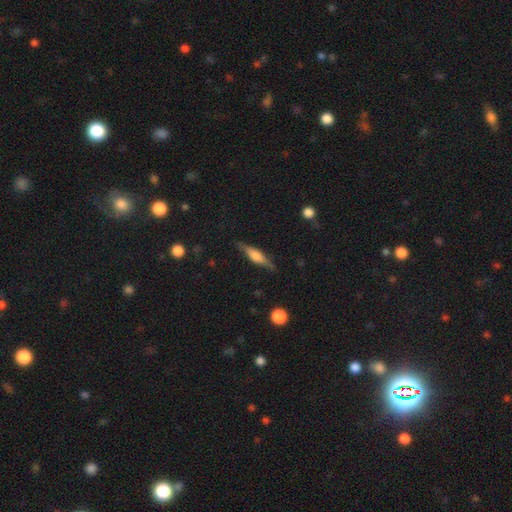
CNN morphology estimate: Overall: featured or disk (51%; smooth 42%). Edge-on disk: yes (94%). Merging: none (82%).